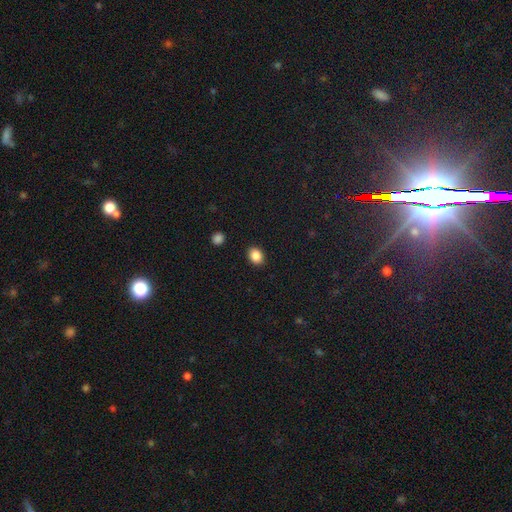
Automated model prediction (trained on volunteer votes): Smooth or featured: smooth — 88% (star or artifact — 9%)
How rounded: in between — 58% (round — 41%)
Merging: none — 89% (minor disturbance — 7%)